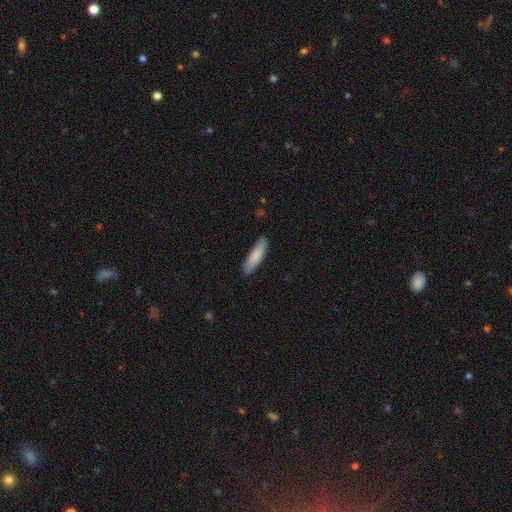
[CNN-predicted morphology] smooth-or-featured: smooth: 83% | featured or disk: 12% | star or artifact: 5%
  how-rounded: cigar-shaped: 75% | in between: 24% | round: 1%
  merging: none: 85% | minor disturbance: 12% | major disturbance: 2% | merger: 1%